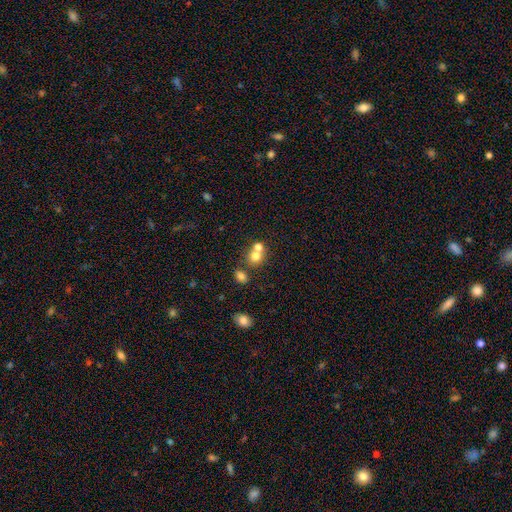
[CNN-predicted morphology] A smooth galaxy with no disk features (73%) that is round (78%). Merging: merger (47%).